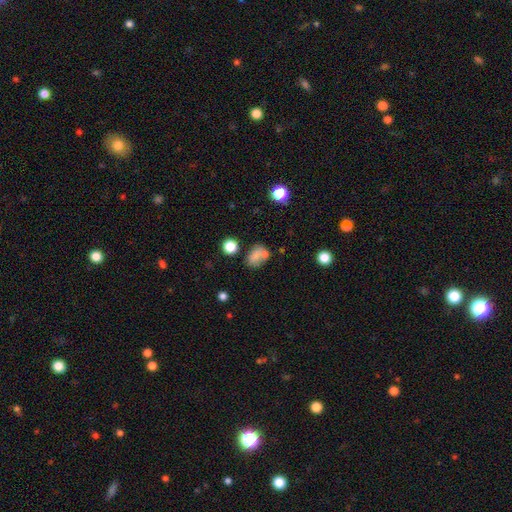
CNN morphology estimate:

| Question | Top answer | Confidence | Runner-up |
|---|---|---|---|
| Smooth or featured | smooth | 74% | star or artifact (13%) |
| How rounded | in between | 73% | round (25%) |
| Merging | none | 50% | merger (26%) |